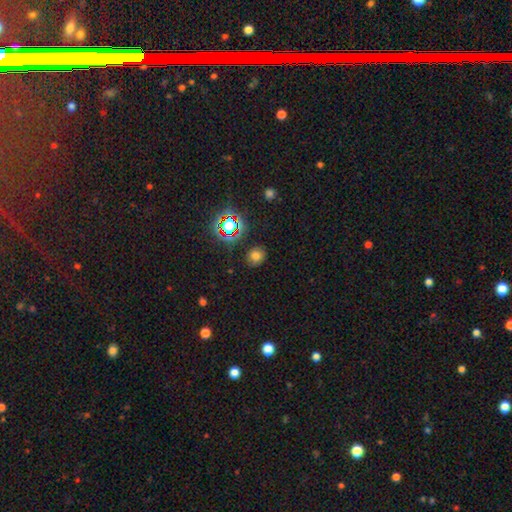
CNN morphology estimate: smooth_or_featured: smooth (p=0.68) [alt: star or artifact p=0.24]
how_rounded: round (p=0.67) [alt: in between p=0.32]
merging: none (p=0.83) [alt: minor disturbance p=0.11]